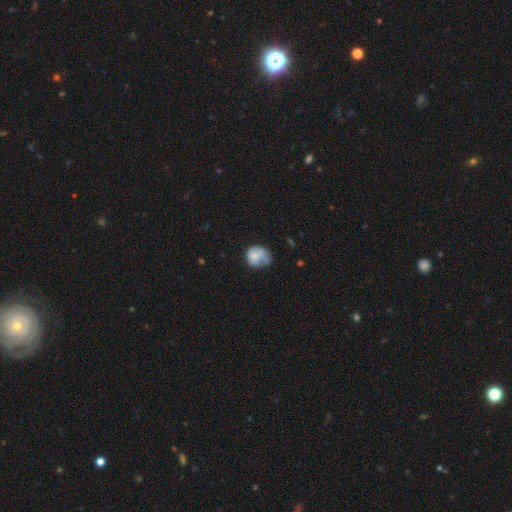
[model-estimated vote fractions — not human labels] This is likely a smooth galaxy (67%). How rounded: likely round (70%). Merging: marginally none (40%).